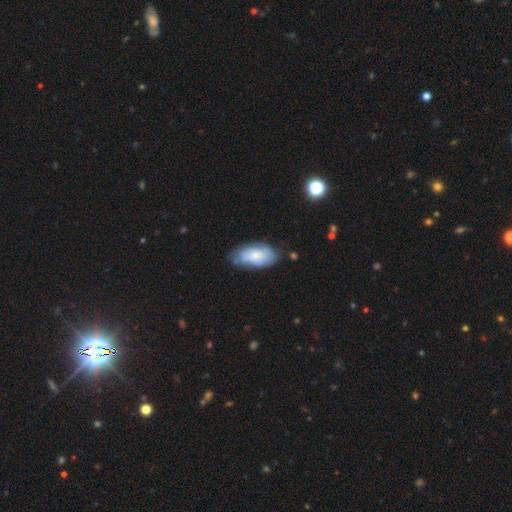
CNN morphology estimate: Smooth or featured: smooth — 66% (featured or disk — 27%)
How rounded: in between — 92% (cigar-shaped — 5%)
Merging: none — 62% (minor disturbance — 28%)